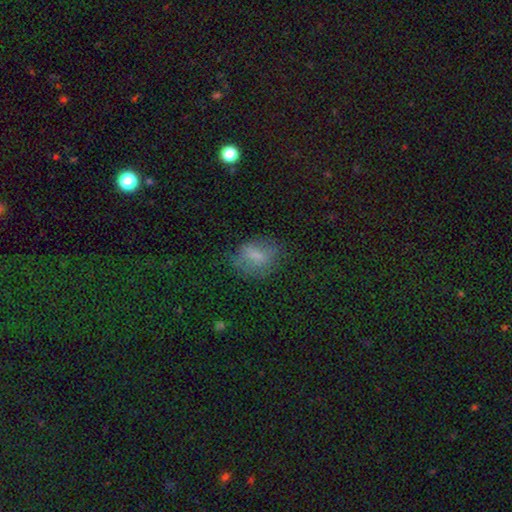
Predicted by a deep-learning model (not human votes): smooth 66%, featured or disk 19%, star or artifact 15%. Down the decision tree: how rounded — in between (67%); merging — none (62%).